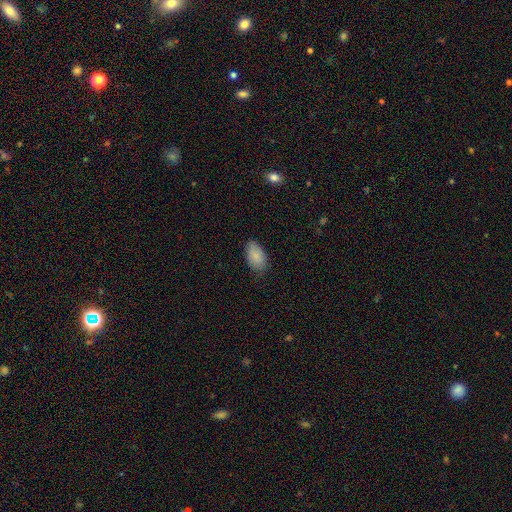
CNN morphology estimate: smooth 86%, featured or disk 7%, star or artifact 7%. Down the decision tree: how rounded — in between (93%); merging — none (79%).